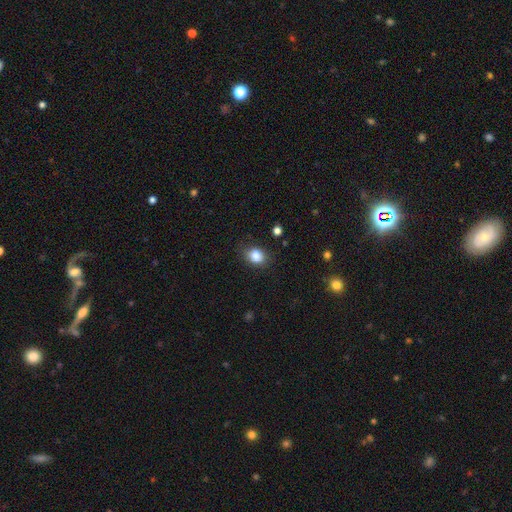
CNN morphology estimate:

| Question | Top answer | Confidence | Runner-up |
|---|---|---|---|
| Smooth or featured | smooth | 85% | star or artifact (10%) |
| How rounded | in between | 56% | round (43%) |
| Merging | none | 76% | minor disturbance (18%) |